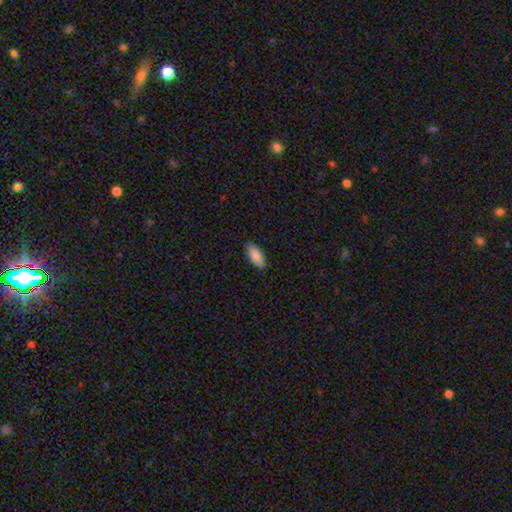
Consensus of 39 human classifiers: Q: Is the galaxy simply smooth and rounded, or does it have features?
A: smooth — 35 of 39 (90%).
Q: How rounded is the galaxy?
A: in between — 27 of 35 (77%).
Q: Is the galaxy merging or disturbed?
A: none — 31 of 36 (86%).